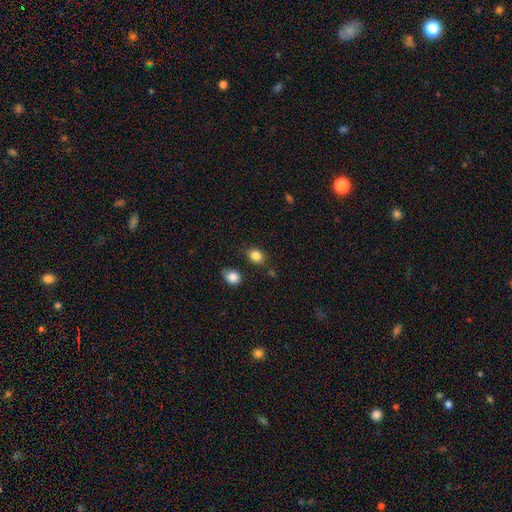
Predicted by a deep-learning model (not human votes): Smooth or featured: smooth — 84% (star or artifact — 10%)
How rounded: in between — 50% (round — 49%)
Merging: none — 79% (minor disturbance — 13%)